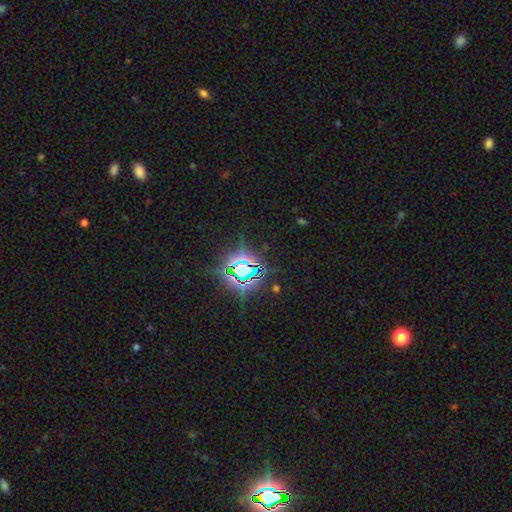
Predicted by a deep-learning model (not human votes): Smooth or featured: star or artifact — 82% (smooth — 10%)